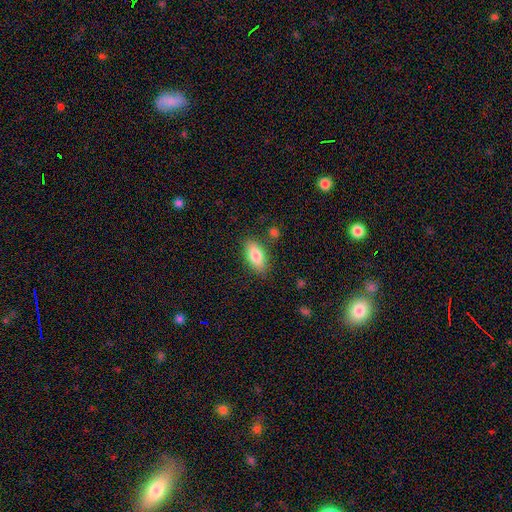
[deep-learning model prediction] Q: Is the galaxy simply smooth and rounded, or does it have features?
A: smooth — 80%.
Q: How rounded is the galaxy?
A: in between — 84%.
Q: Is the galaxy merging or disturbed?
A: none — 82%.